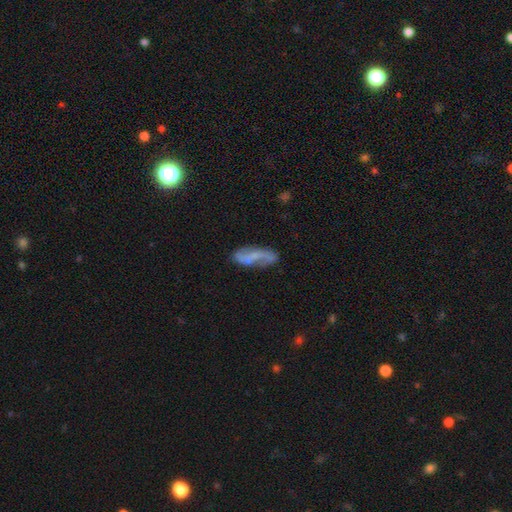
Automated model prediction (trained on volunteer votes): Morphology: type=featured or disk (63%); edge-on=no (87%); bar=no (47%); spiral arms=yes (82%); bulge=small (47%); merging=none (67%).